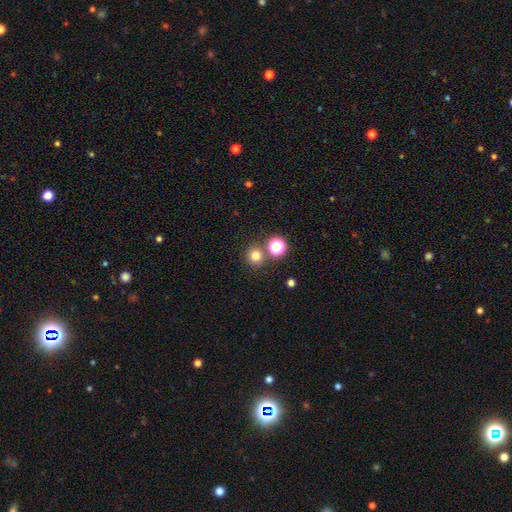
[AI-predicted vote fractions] Morphology: type=smooth (77%); roundness=round (93%); merging=none (78%).